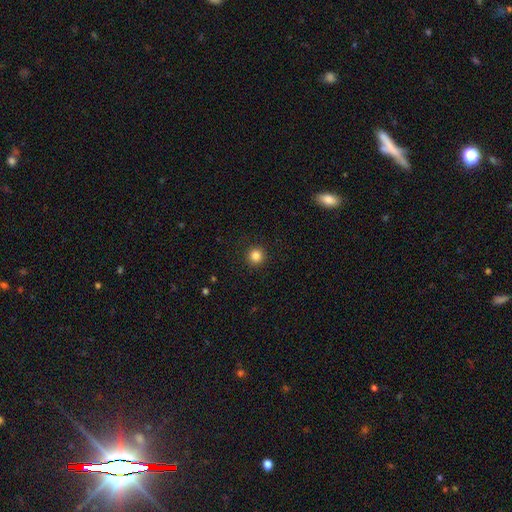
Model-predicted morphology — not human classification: A smooth galaxy with no disk features (85%) that is round (95%).

Vote fractions:
- Smooth or featured? smooth: 85% / star or artifact: 11% / featured or disk: 4%
- How rounded? round: 95% / in between: 4% / cigar-shaped: 1%
- Merging? none: 92% / minor disturbance: 5% / major disturbance: 2% / merger: 1%